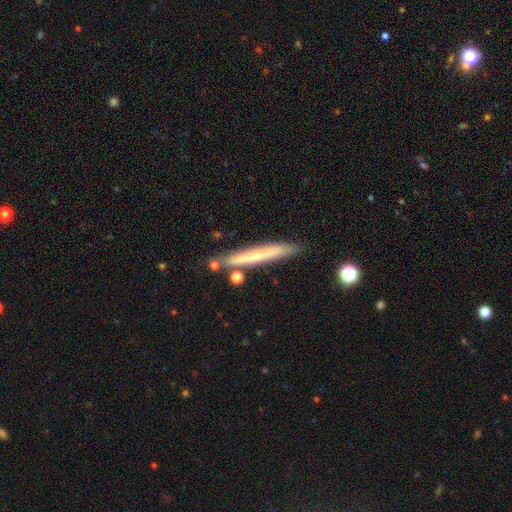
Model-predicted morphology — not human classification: Smooth or featured?
  - smooth: 50% *
  - featured or disk: 43%
  - star or artifact: 7%
Merging?
  - none: 81% *
  - minor disturbance: 12%
  - merger: 5%
  - major disturbance: 2%